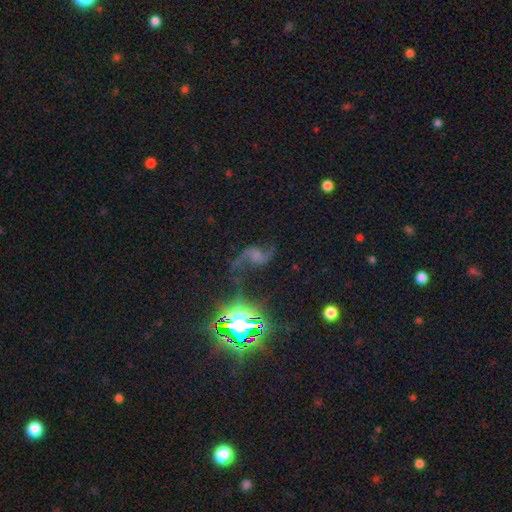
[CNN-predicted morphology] Smooth or featured? Predicted: star or artifact (p=0.55).